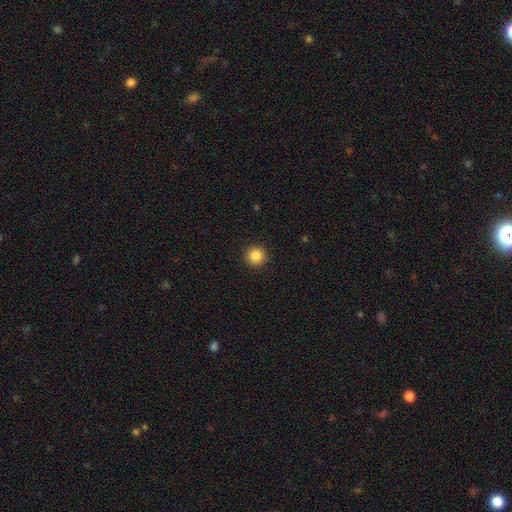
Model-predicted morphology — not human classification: smooth_or_featured: smooth (p=0.85) [alt: star or artifact p=0.11]
how_rounded: round (p=0.96) [alt: in between p=0.03]
merging: none (p=0.93) [alt: minor disturbance p=0.05]